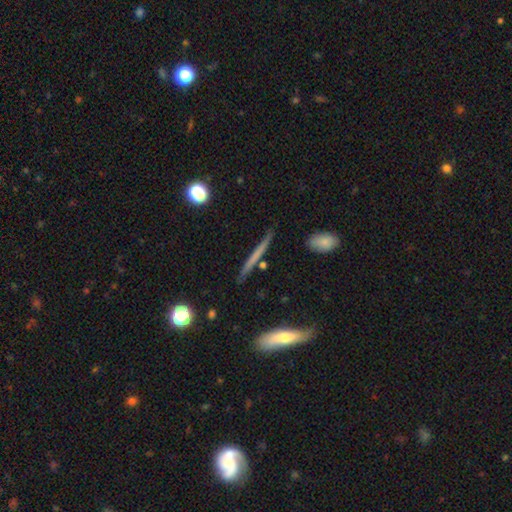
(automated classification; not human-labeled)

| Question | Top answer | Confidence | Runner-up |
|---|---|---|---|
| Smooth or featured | featured or disk | 51% | smooth (41%) |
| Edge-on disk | yes | 95% | no (5%) |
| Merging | none | 86% | minor disturbance (9%) |